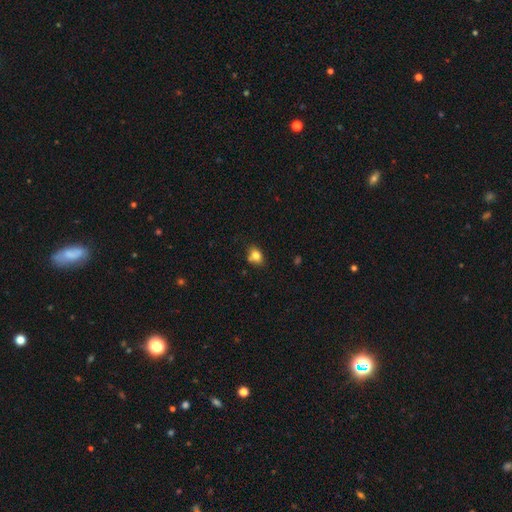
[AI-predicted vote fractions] Q: Smooth or featured?
A: smooth (79%); runner-up: star or artifact (11%)
Q: How rounded?
A: in between (60%); runner-up: round (38%)
Q: Merging?
A: none (61%); runner-up: minor disturbance (22%)